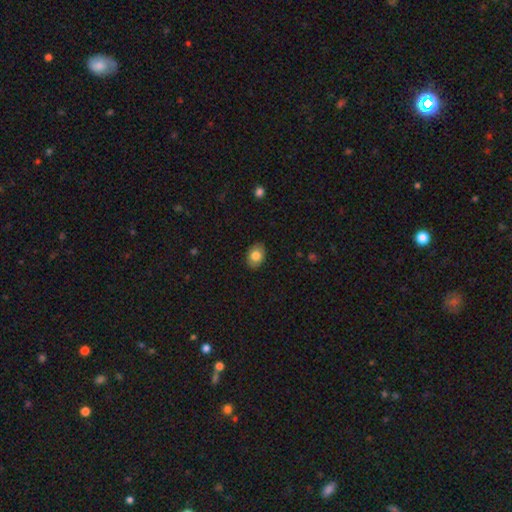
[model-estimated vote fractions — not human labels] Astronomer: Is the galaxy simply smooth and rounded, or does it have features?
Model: smooth — 80%.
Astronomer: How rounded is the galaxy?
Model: in between — 73%.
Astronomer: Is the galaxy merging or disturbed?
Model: none — 88%.